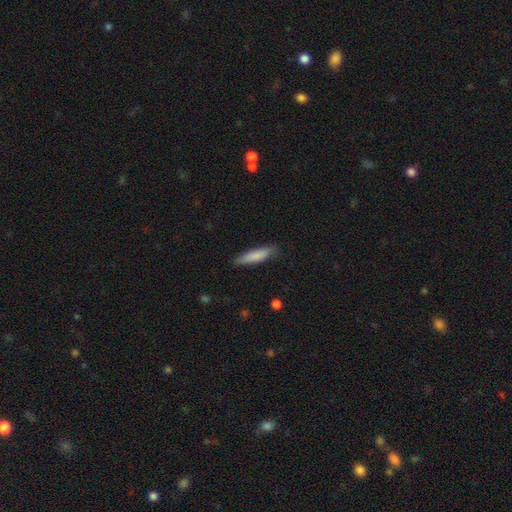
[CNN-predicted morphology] Smooth or featured?
  - smooth: 83% *
  - featured or disk: 12%
  - star or artifact: 5%
How rounded?
  - cigar-shaped: 74% *
  - in between: 24%
  - round: 1%
Merging?
  - none: 83% *
  - minor disturbance: 14%
  - major disturbance: 2%
  - merger: 1%